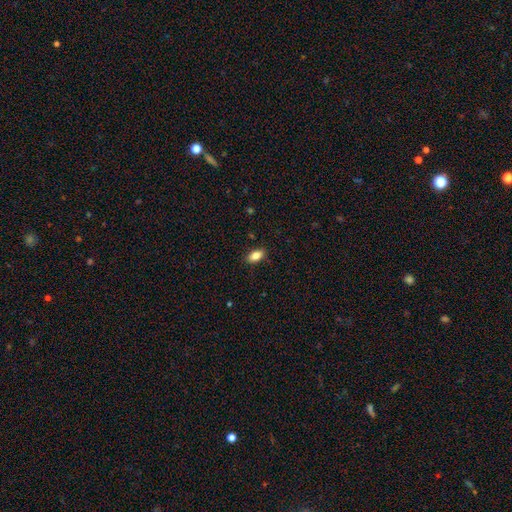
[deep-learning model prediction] Smooth or featured? Predicted: smooth (p=0.84). How rounded? Predicted: in between (p=0.90). Merging? Predicted: none (p=0.88).